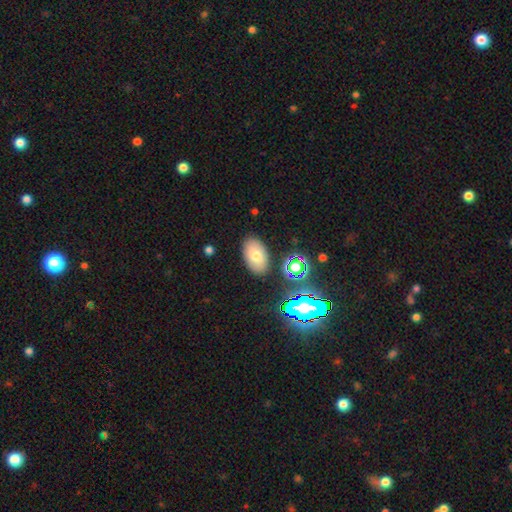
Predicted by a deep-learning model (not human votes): This appears to be a smooth galaxy with no disk features (71%) that is in between round and cigar-shaped (93%). Merging: none (84%).